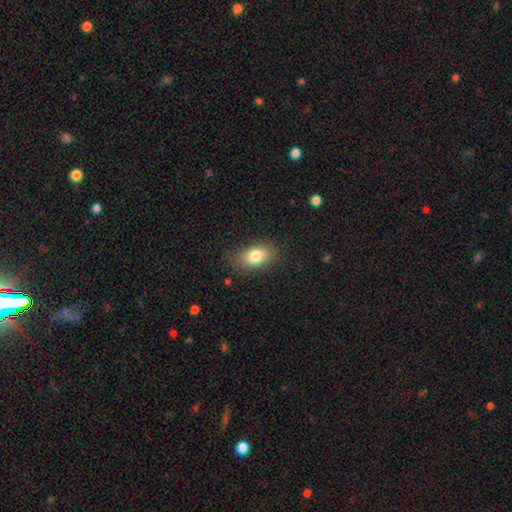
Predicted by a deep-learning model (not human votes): Overall: smooth (81%). How rounded: in between (87%). Merging: none (82%).